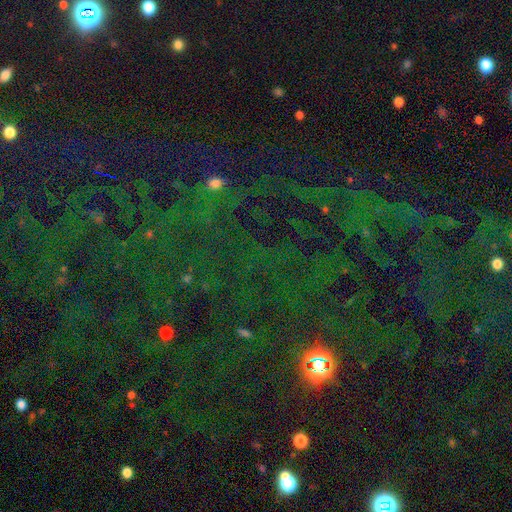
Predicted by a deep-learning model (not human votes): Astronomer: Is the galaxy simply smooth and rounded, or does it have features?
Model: star or artifact — 77%.